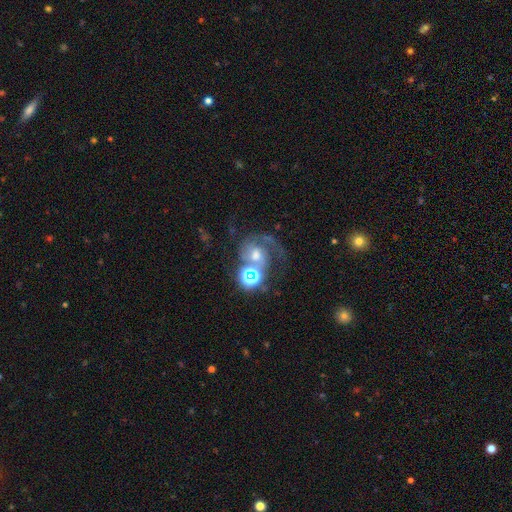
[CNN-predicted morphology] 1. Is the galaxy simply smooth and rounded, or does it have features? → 62% featured or disk, 20% smooth, 19% star or artifact.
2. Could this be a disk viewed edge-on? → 98% no, 2% yes.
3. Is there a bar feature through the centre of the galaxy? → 66% no, 26% weak, 7% strong.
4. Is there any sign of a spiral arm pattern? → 84% yes, 16% no.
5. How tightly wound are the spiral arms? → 45% medium, 33% loose, 22% tight.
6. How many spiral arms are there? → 44% 2, 40% 1, 10% can't tell, 3% 3, 1% 4, 1% more than 4.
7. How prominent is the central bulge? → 55% moderate, 19% small, 16% large, 6% none, 4% dominant.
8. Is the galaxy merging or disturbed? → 32% merger, 30% none, 25% major disturbance, 13% minor disturbance.